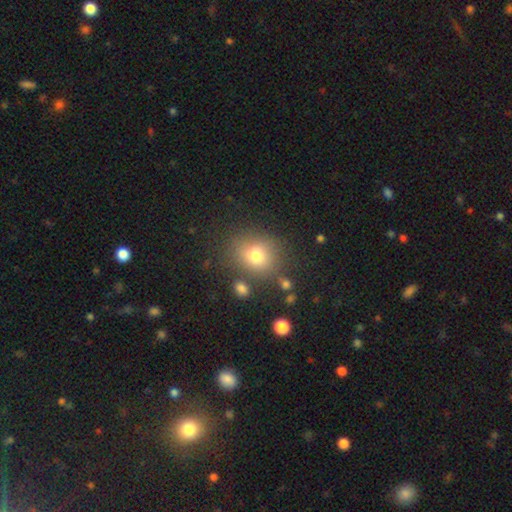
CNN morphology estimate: smooth 74%, star or artifact 14%, featured or disk 11%. Down the decision tree: how rounded — round (70%); merging — none (74%).